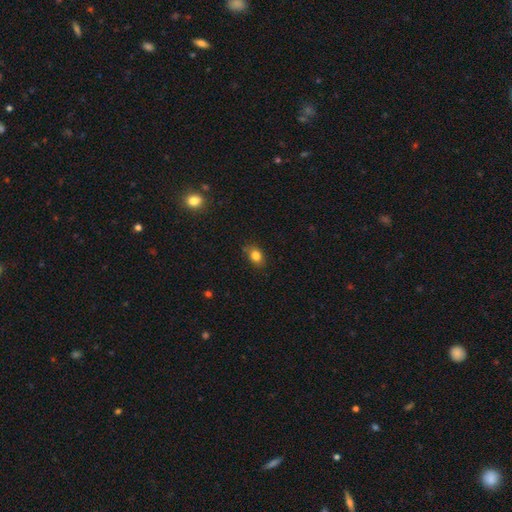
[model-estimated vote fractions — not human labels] smooth-or-featured: smooth: 83% | star or artifact: 10% | featured or disk: 7%
  how-rounded: in between: 69% | round: 29% | cigar-shaped: 1%
  merging: none: 81% | minor disturbance: 15% | major disturbance: 3% | merger: 1%